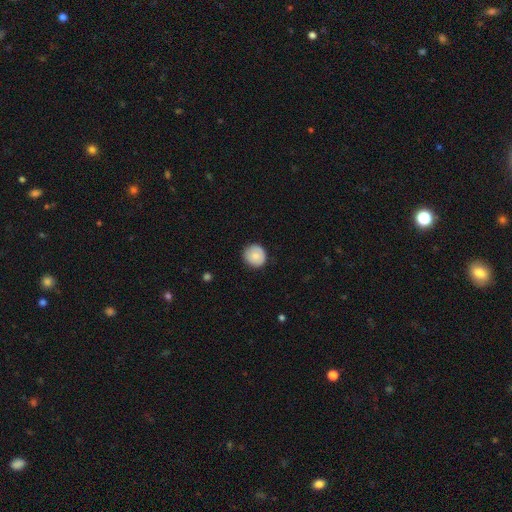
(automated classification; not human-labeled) This appears to be a smooth galaxy with no disk features (82%) that is round (92%). Merging: none (87%).